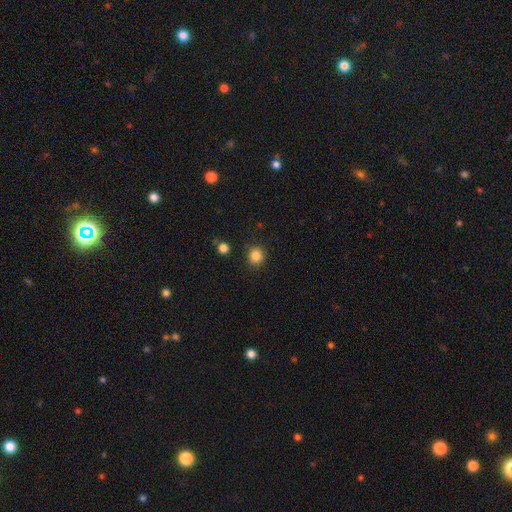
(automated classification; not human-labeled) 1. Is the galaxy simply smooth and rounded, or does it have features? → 85% smooth, 11% star or artifact, 4% featured or disk.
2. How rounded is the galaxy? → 86% round, 13% in between, 1% cigar-shaped.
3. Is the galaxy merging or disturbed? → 86% none, 9% minor disturbance, 3% major disturbance, 3% merger.